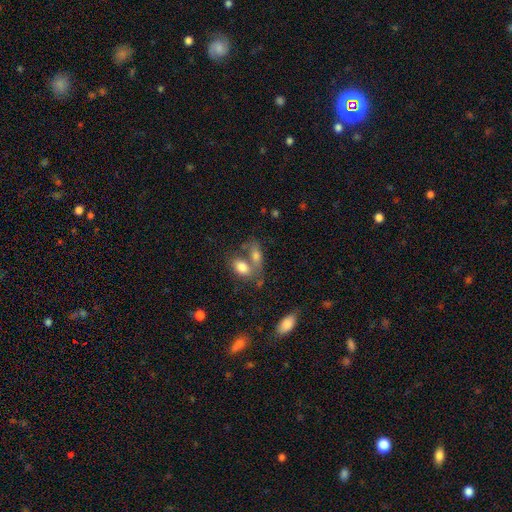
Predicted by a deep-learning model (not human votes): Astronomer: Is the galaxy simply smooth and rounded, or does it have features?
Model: smooth — 75%.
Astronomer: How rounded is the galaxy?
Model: in between — 83%.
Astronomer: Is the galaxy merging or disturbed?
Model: merger — 51% (runner-up: none, 32%).